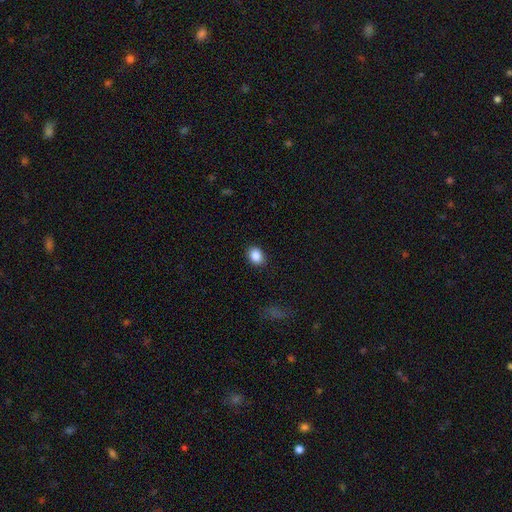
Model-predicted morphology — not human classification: Smooth or featured? Predicted: smooth (p=0.87). How rounded? Predicted: in between (p=0.59). Merging? Predicted: none (p=0.88).